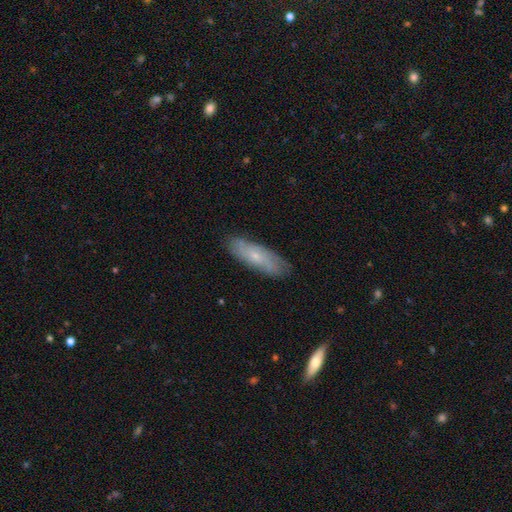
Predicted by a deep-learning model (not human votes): The model was most divided on "smooth or featured": featured or disk: 49%, smooth: 44%, star or artifact: 7%. More confident: merging — none (80%).